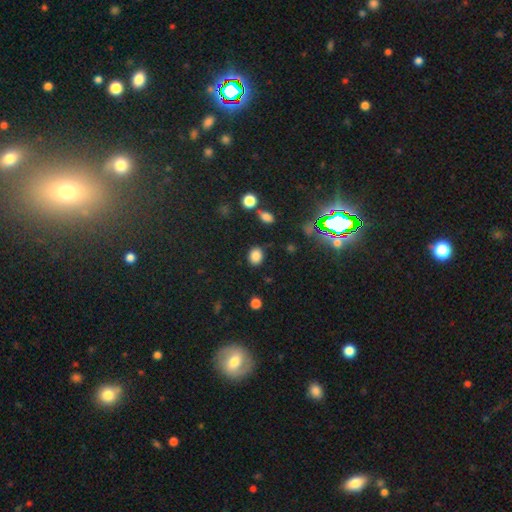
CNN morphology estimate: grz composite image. It shows a smooth galaxy with no disk features (82%) that is in between round and cigar-shaped (56%). Merging: none (81%).